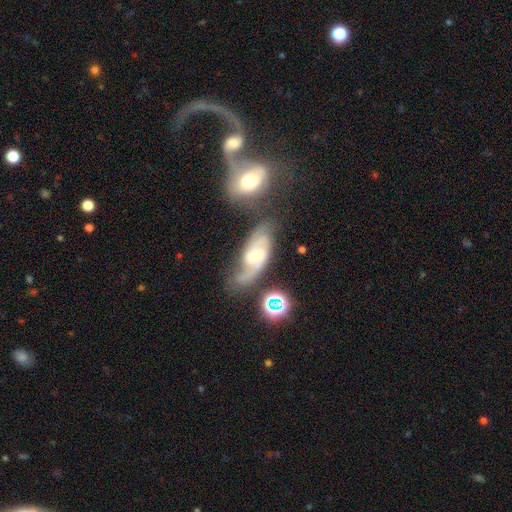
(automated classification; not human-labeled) Smooth or featured?
  - featured or disk: 82% *
  - smooth: 11%
  - star or artifact: 8%
Edge-on disk?
  - no: 94% *
  - yes: 6%
Bar?
  - weak: 54% *
  - no: 27%
  - strong: 19%
Spiral arms?
  - yes: 97% *
  - no: 3%
Spiral winding?
  - medium: 52% *
  - tight: 24%
  - loose: 24%
Spiral arm count?
  - 2: 74% *
  - can't tell: 10%
  - 3: 9%
  - 1: 4%
  - 4: 2%
  - more than 4: 2%
Bulge size?
  - moderate: 46% *
  - small: 44%
  - large: 5%
  - none: 4%
  - dominant: 1%
Merging?
  - none: 61% *
  - minor disturbance: 20%
  - major disturbance: 11%
  - merger: 8%